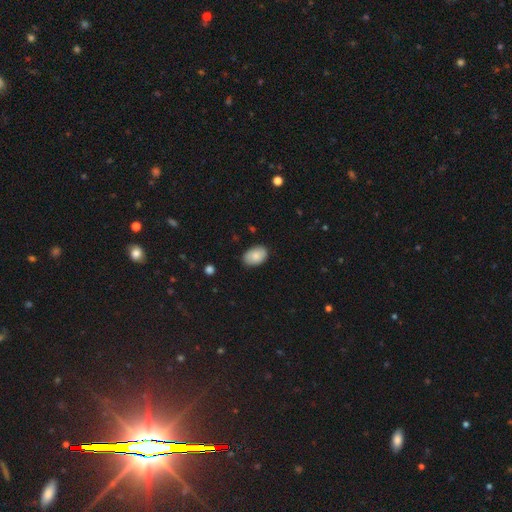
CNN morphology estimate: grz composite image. It shows a smooth galaxy with no disk features (84%) that is in between round and cigar-shaped (87%). Merging: none (83%).